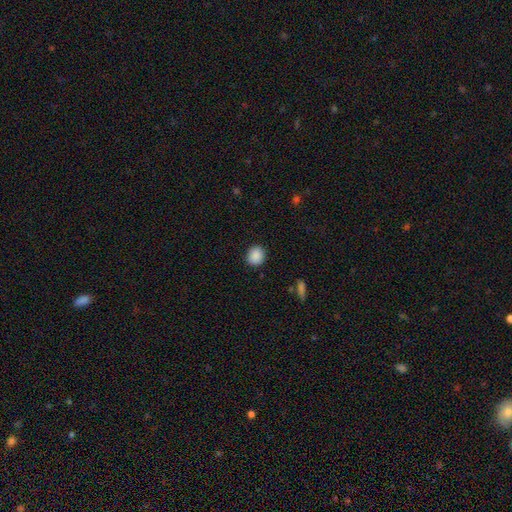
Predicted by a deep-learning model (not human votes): Q: Smooth or featured?
A: smooth (89%); runner-up: star or artifact (8%)
Q: How rounded?
A: round (78%); runner-up: in between (21%)
Q: Merging?
A: none (89%); runner-up: minor disturbance (8%)